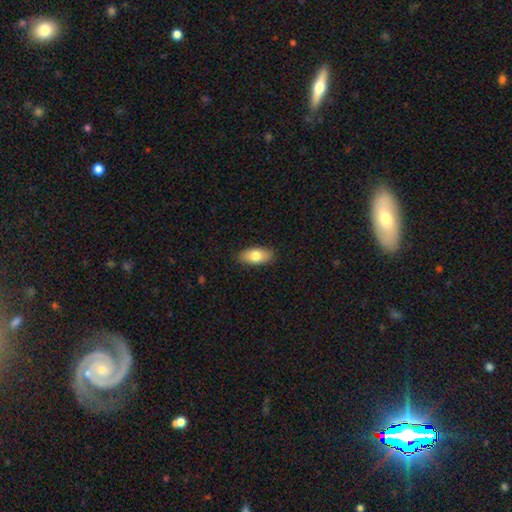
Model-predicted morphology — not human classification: A smooth galaxy with no disk features (77%) that is in between round and cigar-shaped (89%). Merging: none (88%).